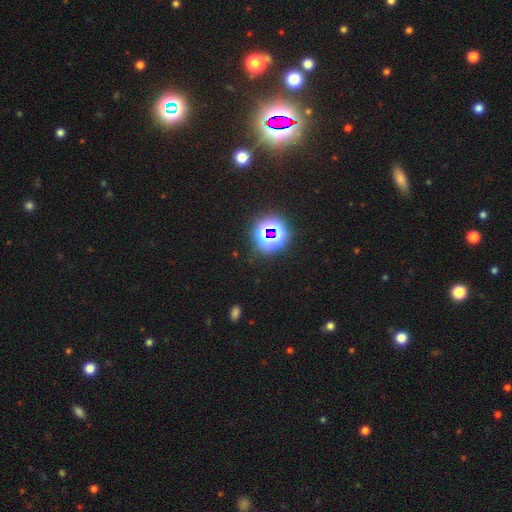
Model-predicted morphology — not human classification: Smooth or featured: star or artifact — 79% (smooth — 13%)